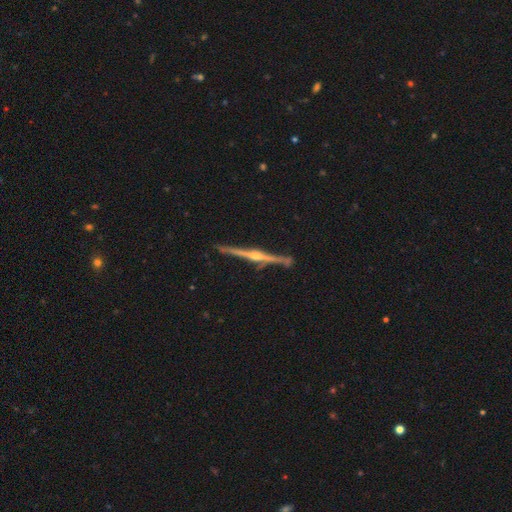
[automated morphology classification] Q: Smooth or featured?
A: featured or disk (88%); runner-up: smooth (7%)
Q: Edge-on disk?
A: yes (98%); runner-up: no (2%)
Q: Edge-on bulge?
A: rounded (85%); runner-up: none (8%)
Q: Merging?
A: none (89%); runner-up: minor disturbance (7%)